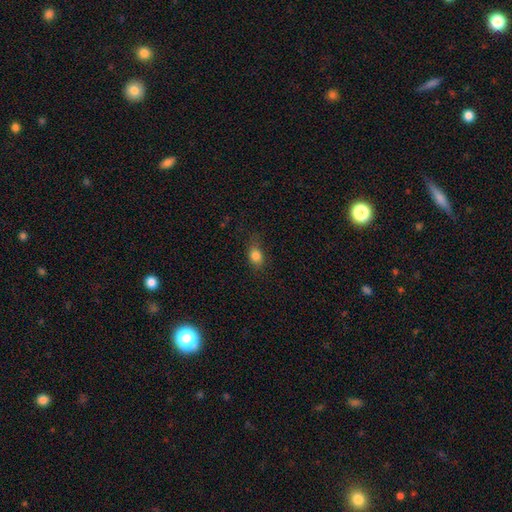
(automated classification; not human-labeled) smooth-or-featured: smooth: 83% | star or artifact: 11% | featured or disk: 7%
  how-rounded: in between: 63% | round: 34% | cigar-shaped: 3%
  merging: none: 66% | minor disturbance: 24% | major disturbance: 9% | merger: 1%